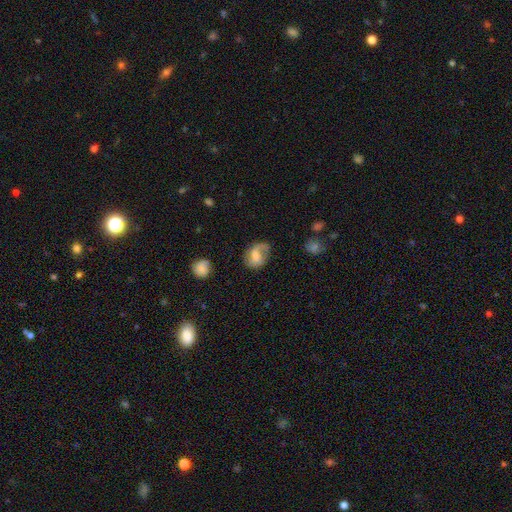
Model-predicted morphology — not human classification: A featured or disk galaxy (53%) with a weak bar (47%), spiral arms (83%) and a moderate central bulge (47%).

Vote fractions:
- Smooth or featured? featured or disk: 53% / smooth: 39% / star or artifact: 8%
- Edge-on disk? no: 97% / yes: 3%
- Bar? weak: 47% / no: 38% / strong: 15%
- Spiral arms? yes: 83% / no: 17%
- Bulge size? moderate: 47% / small: 36% / none: 10% / large: 6% / dominant: 1%
- Merging? none: 55% / minor disturbance: 27% / major disturbance: 16% / merger: 2%